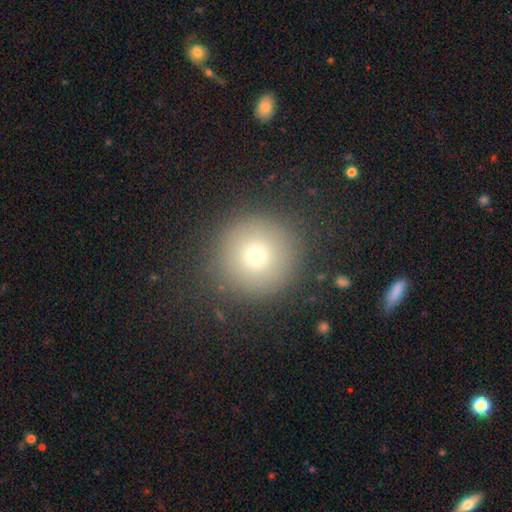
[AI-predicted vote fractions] Smooth or featured? Predicted: smooth (p=0.70). How rounded? Predicted: round (p=0.96). Merging? Predicted: none (p=0.88).